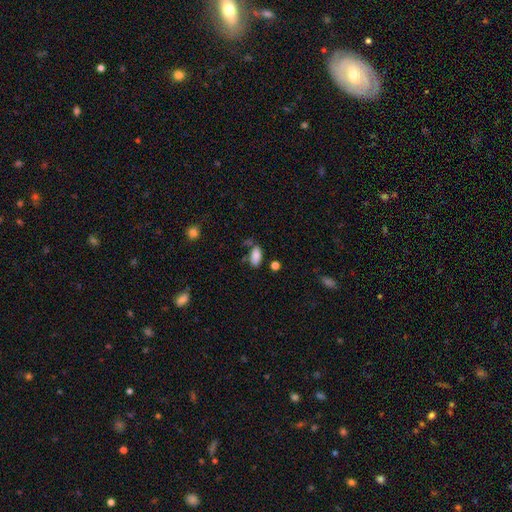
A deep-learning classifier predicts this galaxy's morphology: A smooth galaxy with no disk features (86%) that is in between round and cigar-shaped (91%). Merging: none (65%).